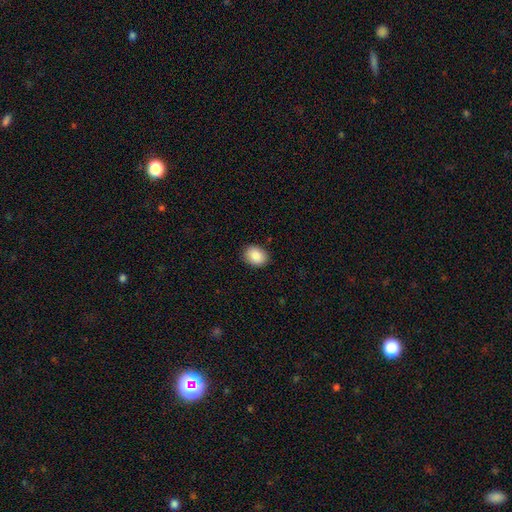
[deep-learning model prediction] Smooth or featured? Predicted: smooth (p=0.88). How rounded? Predicted: in between (p=0.62). Merging? Predicted: none (p=0.88).